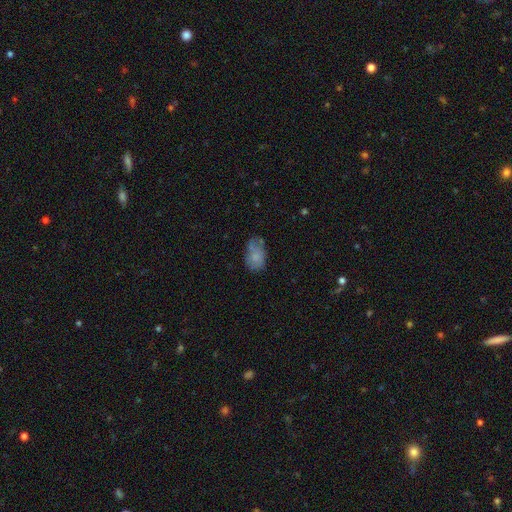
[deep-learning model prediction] Q: Smooth or featured?
A: smooth (72%); runner-up: featured or disk (20%)
Q: How rounded?
A: in between (88%); runner-up: round (10%)
Q: Merging?
A: none (49%); runner-up: minor disturbance (33%)